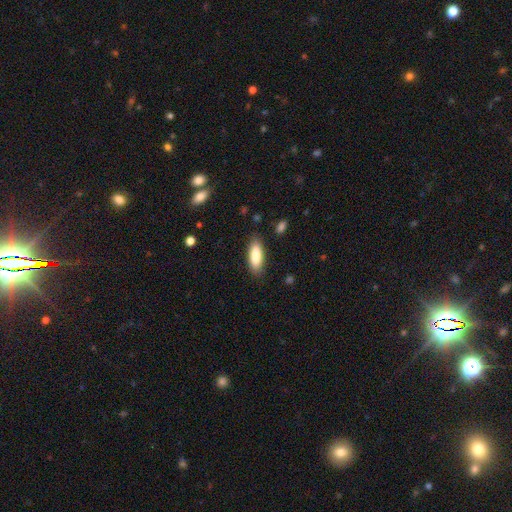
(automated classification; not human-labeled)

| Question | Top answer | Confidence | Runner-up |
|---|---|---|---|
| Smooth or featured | smooth | 86% | featured or disk (8%) |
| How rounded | in between | 70% | cigar-shaped (28%) |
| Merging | none | 86% | minor disturbance (10%) |